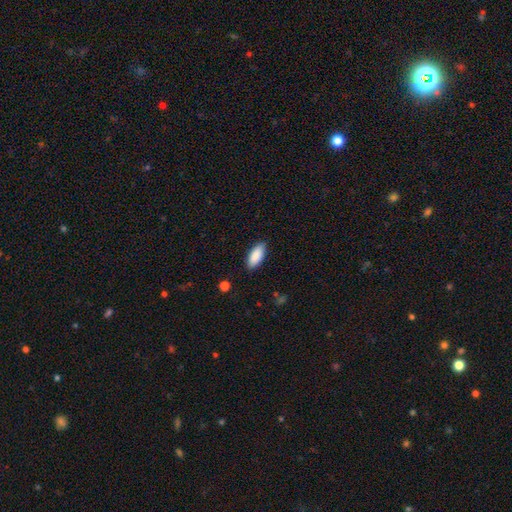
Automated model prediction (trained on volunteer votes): A smooth galaxy with no disk features (89%) that is in between round and cigar-shaped (85%). Merging: none (87%).